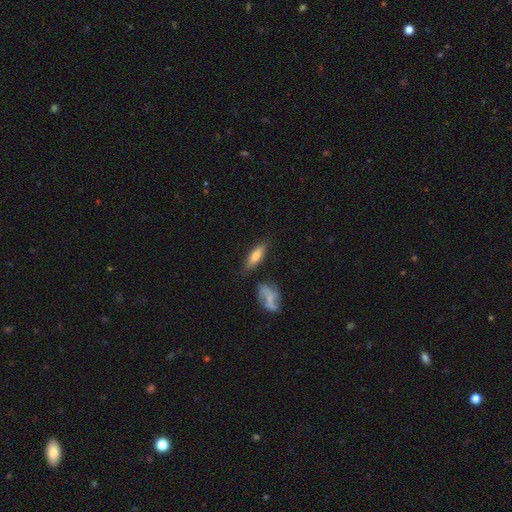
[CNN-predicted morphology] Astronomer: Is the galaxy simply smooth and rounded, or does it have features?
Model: smooth — 71%.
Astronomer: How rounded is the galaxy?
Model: in between — 51% (runner-up: cigar-shaped, 46%).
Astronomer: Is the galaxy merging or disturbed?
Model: none — 73%.